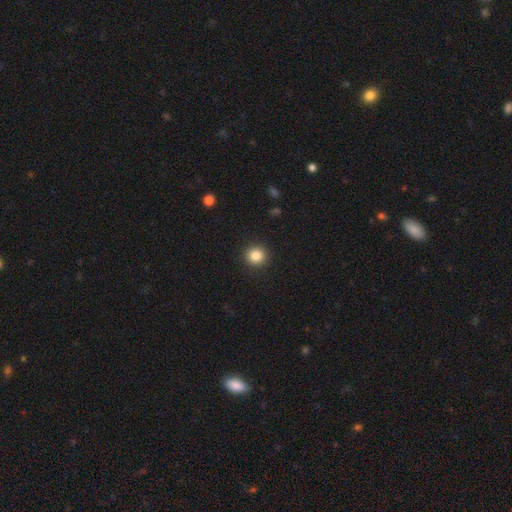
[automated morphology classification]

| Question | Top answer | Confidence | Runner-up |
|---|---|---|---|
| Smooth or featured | smooth | 84% | star or artifact (11%) |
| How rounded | round | 93% | in between (6%) |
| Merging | none | 92% | minor disturbance (5%) |